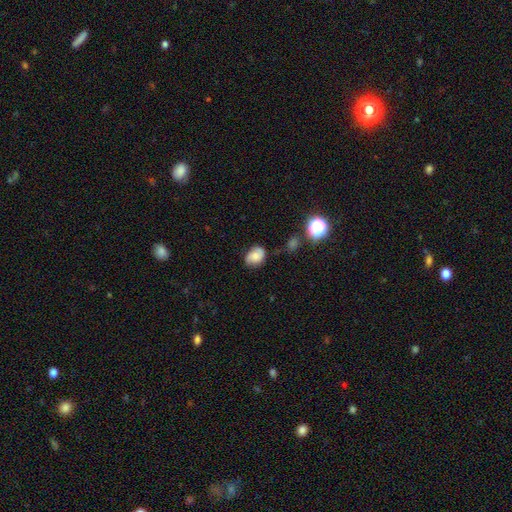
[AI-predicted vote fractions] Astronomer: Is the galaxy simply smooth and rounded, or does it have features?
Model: smooth — 61%.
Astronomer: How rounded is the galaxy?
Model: in between — 64%.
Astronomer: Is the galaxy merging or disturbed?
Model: none — 66%.